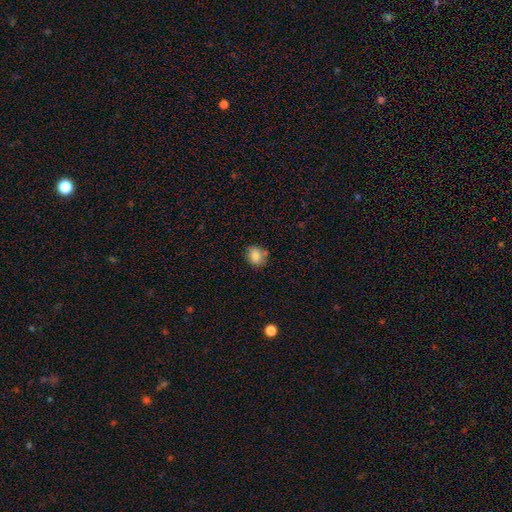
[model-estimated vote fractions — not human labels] smooth_or_featured: smooth (p=0.83) [alt: star or artifact p=0.09]
how_rounded: round (p=0.63) [alt: in between p=0.37]
merging: none (p=0.71) [alt: minor disturbance p=0.19]